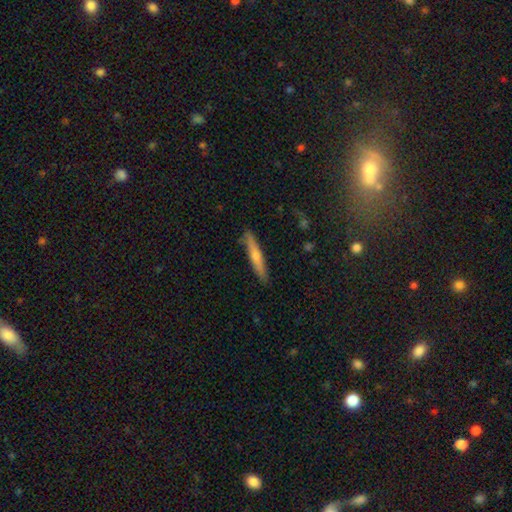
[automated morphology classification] The model was most divided on "smooth or featured": featured or disk: 55%, smooth: 33%, star or artifact: 12%. More confident: edge-on disk — yes (91%); merging — none (86%).